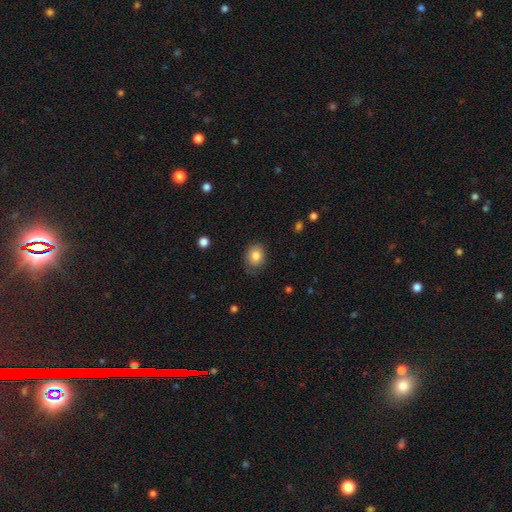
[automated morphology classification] The model was most divided on "how rounded": round: 57%, in between: 42%, cigar-shaped: 1%. More confident: smooth or featured — smooth (81%); merging — none (72%).